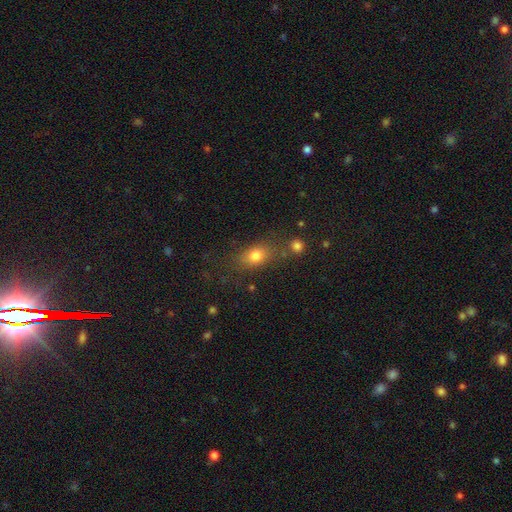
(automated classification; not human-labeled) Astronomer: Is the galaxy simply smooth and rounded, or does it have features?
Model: smooth — 77%.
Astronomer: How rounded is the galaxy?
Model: in between — 68%.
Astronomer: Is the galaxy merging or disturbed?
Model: none — 66%.